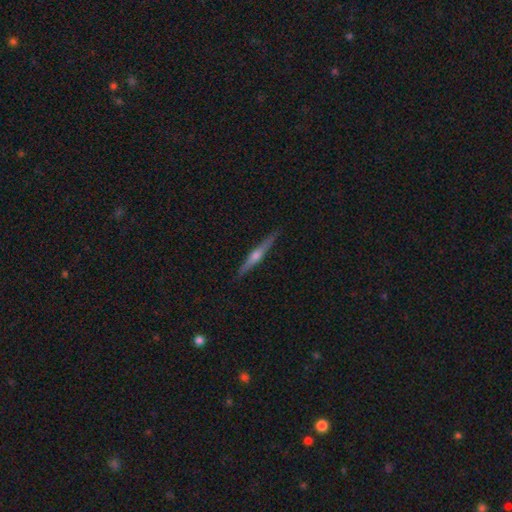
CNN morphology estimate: This is likely a featured or disk galaxy (77%). It is clearly viewed edge-on (98%). Edge-on bulge: clearly rounded (89%). Merging: clearly none (91%).